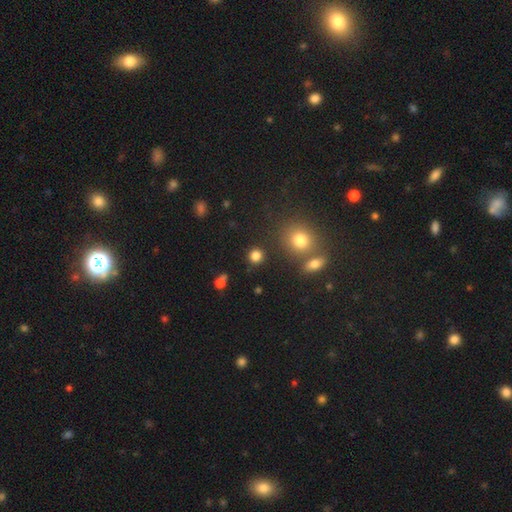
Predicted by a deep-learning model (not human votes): A smooth galaxy with no disk features (82%) that is round (90%). Merging: none (86%).